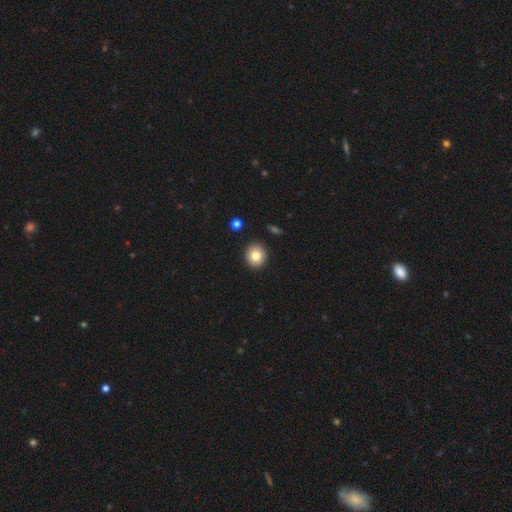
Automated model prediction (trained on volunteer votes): Smooth or featured?
  - smooth: 81% *
  - star or artifact: 9%
  - featured or disk: 9%
How rounded?
  - round: 79% *
  - in between: 20%
  - cigar-shaped: 1%
Merging?
  - none: 90% *
  - minor disturbance: 6%
  - major disturbance: 2%
  - merger: 2%